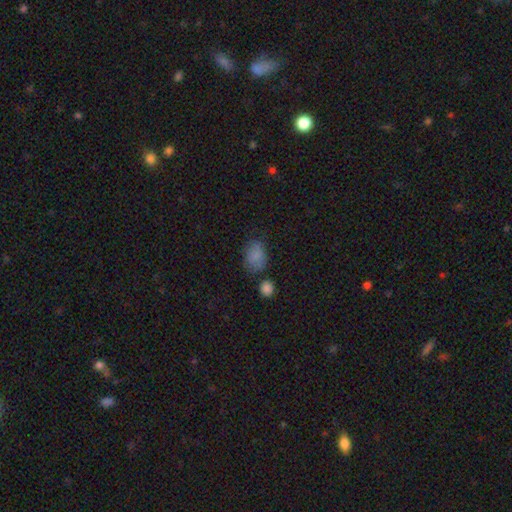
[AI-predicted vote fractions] A smooth galaxy with no disk features (82%) that is in between round and cigar-shaped (76%). Merging: none (60%).